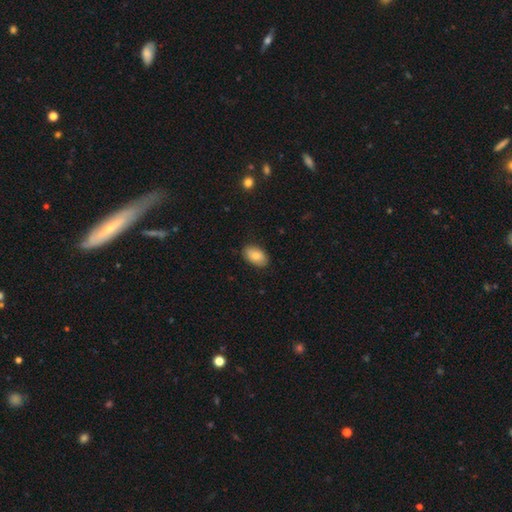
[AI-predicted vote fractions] Overall: smooth (82%). How rounded: in between (93%). Merging: none (85%).